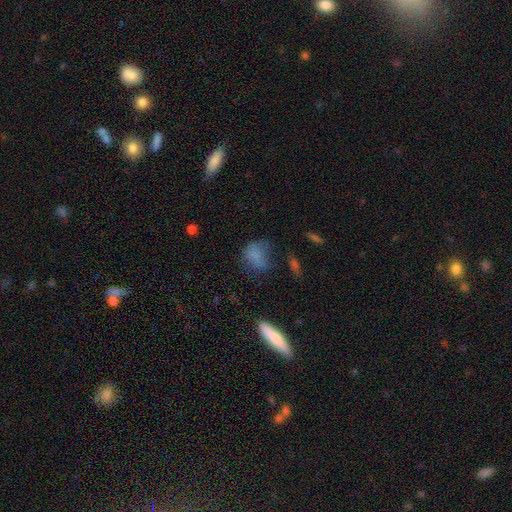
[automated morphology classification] smooth_or_featured: smooth (p=0.72) [alt: star or artifact p=0.15]
how_rounded: round (p=0.52) [alt: in between p=0.46]
merging: none (p=0.45) [alt: minor disturbance p=0.27]